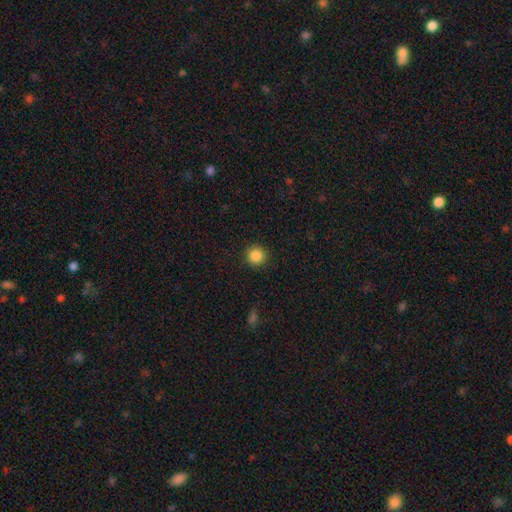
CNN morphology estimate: Overall: smooth (87%). How rounded: round (95%). Merging: none (91%).